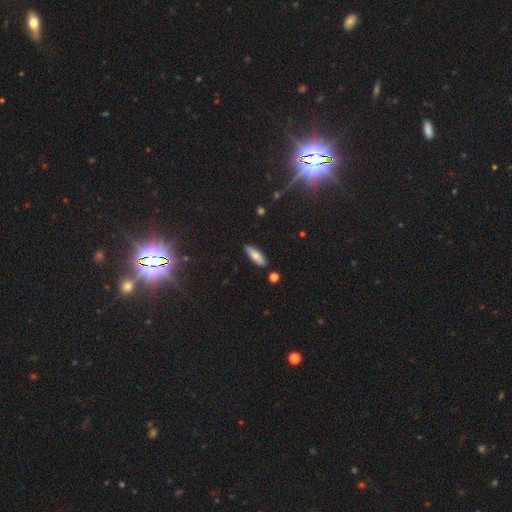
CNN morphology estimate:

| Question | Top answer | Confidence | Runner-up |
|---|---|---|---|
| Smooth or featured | smooth | 79% | featured or disk (13%) |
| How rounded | in between | 58% | cigar-shaped (40%) |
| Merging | none | 85% | minor disturbance (10%) |